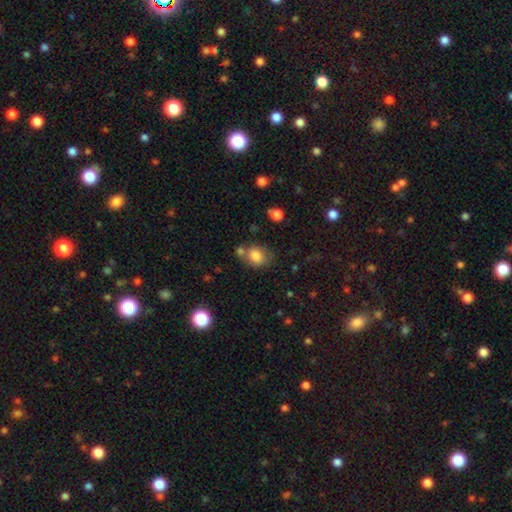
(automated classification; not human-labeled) Smooth or featured: smooth — 80% (featured or disk — 10%)
How rounded: round — 53% (in between — 46%)
Merging: none — 57% (merger — 20%)